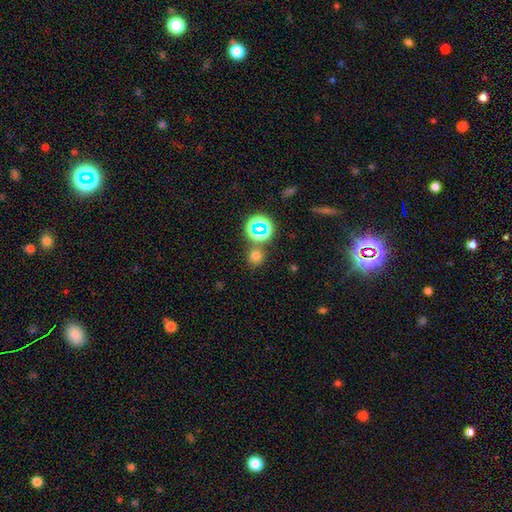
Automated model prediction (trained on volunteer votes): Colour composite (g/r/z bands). It shows a smooth galaxy with no disk features (66%) that is round (90%). Merging: none (75%).